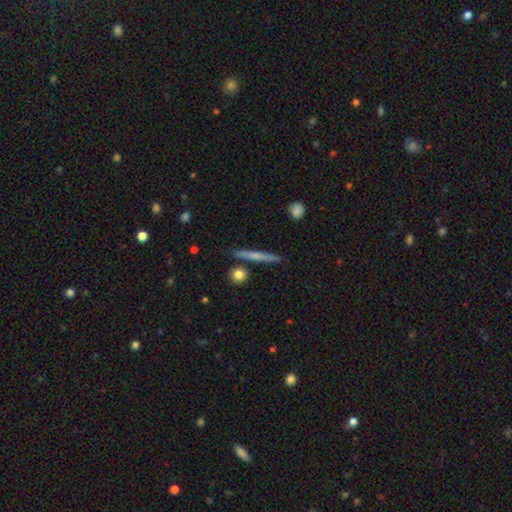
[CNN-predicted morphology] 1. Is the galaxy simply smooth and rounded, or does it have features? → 50% smooth, 43% featured or disk, 7% star or artifact.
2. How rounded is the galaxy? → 93% cigar-shaped, 4% in between, 4% round.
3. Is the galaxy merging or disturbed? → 86% none, 8% minor disturbance, 4% merger, 2% major disturbance.